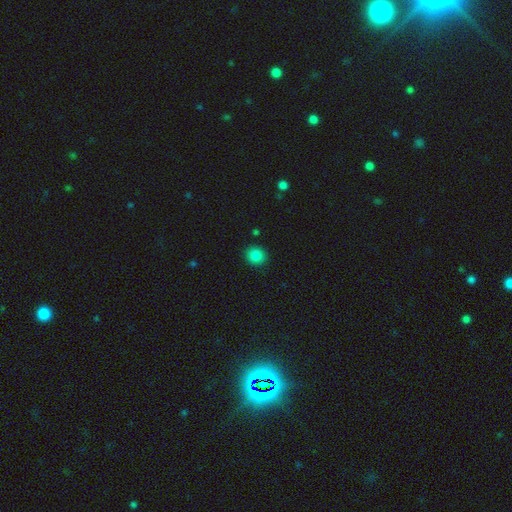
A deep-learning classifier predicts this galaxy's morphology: Smooth or featured?
  - smooth: 84% *
  - star or artifact: 11%
  - featured or disk: 5%
How rounded?
  - round: 85% *
  - in between: 14%
  - cigar-shaped: 1%
Merging?
  - none: 91% *
  - minor disturbance: 6%
  - major disturbance: 2%
  - merger: 1%